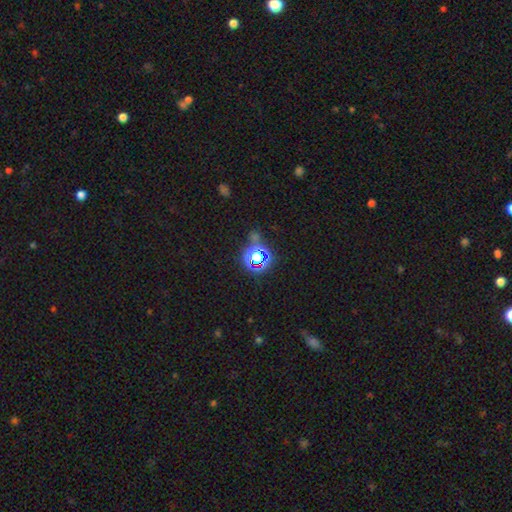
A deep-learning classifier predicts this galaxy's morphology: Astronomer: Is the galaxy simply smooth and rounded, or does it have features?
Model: star or artifact — 64%.